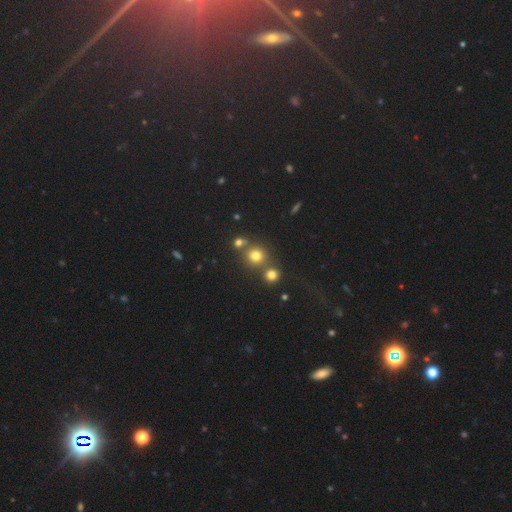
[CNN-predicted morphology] Overall: smooth (72%). How rounded: round (89%). Merging: none (66%).